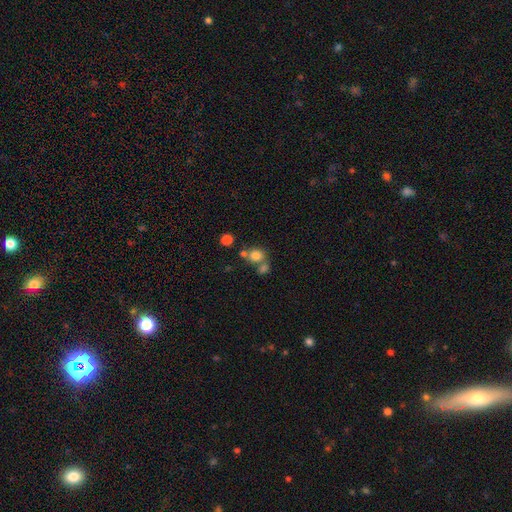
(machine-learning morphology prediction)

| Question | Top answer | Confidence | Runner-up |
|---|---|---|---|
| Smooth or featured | smooth | 77% | star or artifact (13%) |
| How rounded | round | 80% | in between (18%) |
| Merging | none | 51% | merger (35%) |